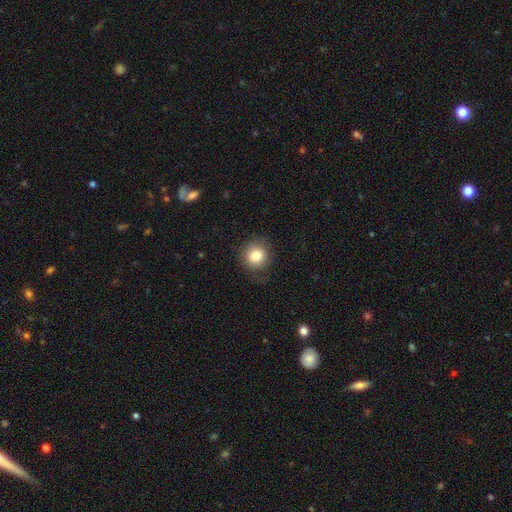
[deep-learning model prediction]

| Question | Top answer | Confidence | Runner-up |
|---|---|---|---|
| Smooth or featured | smooth | 81% | star or artifact (10%) |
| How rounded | round | 88% | in between (12%) |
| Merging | none | 78% | minor disturbance (15%) |